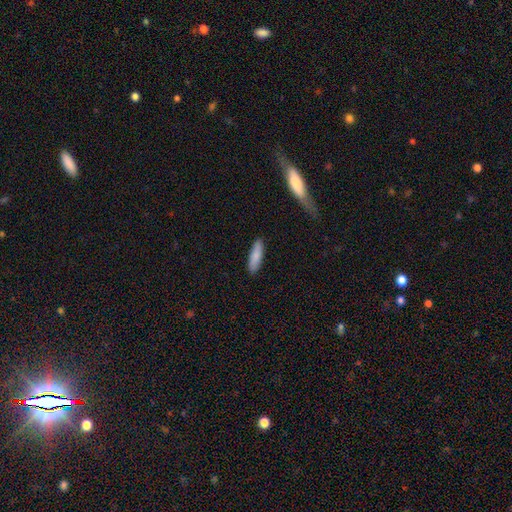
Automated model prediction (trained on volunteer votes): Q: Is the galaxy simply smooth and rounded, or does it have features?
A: smooth — 85%.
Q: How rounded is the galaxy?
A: cigar-shaped — 62%.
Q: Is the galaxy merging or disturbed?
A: none — 87%.